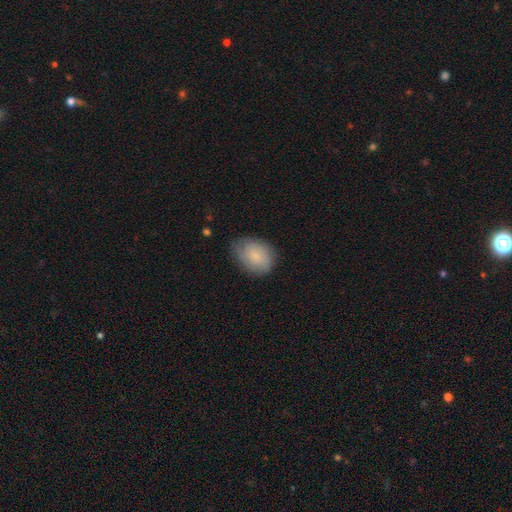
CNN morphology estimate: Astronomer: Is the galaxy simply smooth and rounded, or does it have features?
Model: smooth — 70%.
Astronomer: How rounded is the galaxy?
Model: in between — 65%.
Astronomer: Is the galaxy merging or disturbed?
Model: none — 69%.